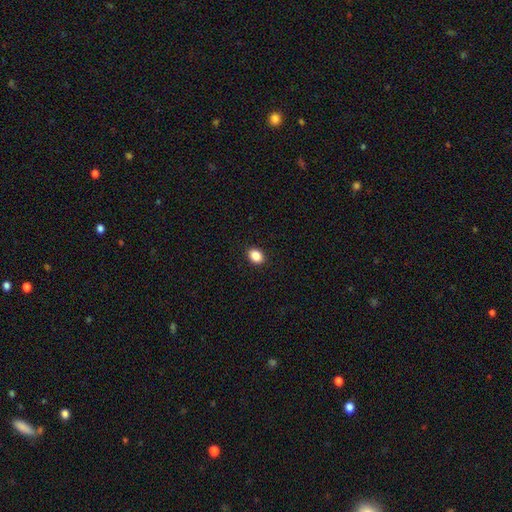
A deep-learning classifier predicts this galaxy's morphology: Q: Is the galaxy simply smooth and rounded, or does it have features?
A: smooth — 87%.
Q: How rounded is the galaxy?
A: in between — 67%.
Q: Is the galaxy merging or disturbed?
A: none — 91%.